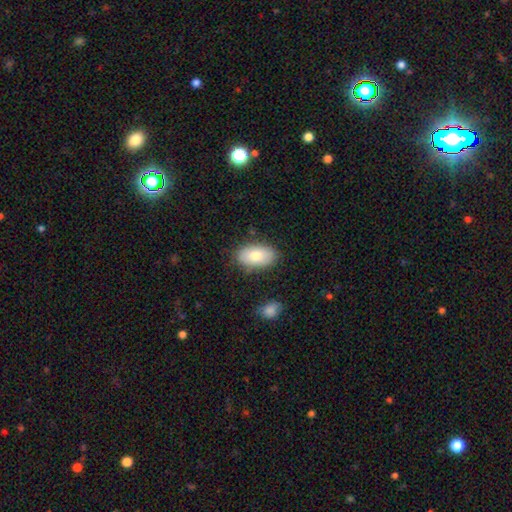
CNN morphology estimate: smooth_or_featured: smooth (p=0.78) [alt: featured or disk p=0.16]
how_rounded: in between (p=0.93) [alt: round p=0.05]
merging: none (p=0.82) [alt: minor disturbance p=0.13]